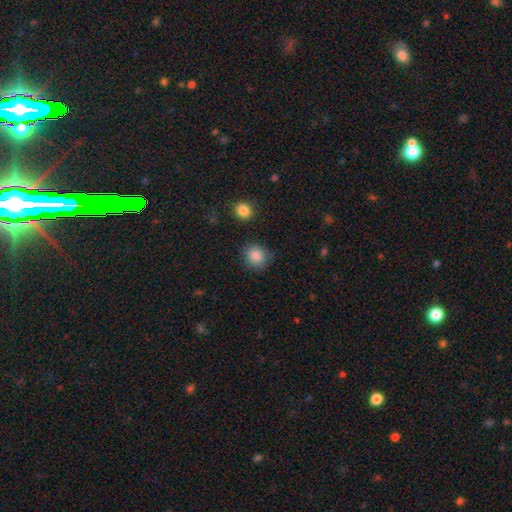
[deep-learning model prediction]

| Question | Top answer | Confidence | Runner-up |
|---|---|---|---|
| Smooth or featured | smooth | 86% | star or artifact (9%) |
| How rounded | round | 85% | in between (14%) |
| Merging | none | 83% | minor disturbance (11%) |